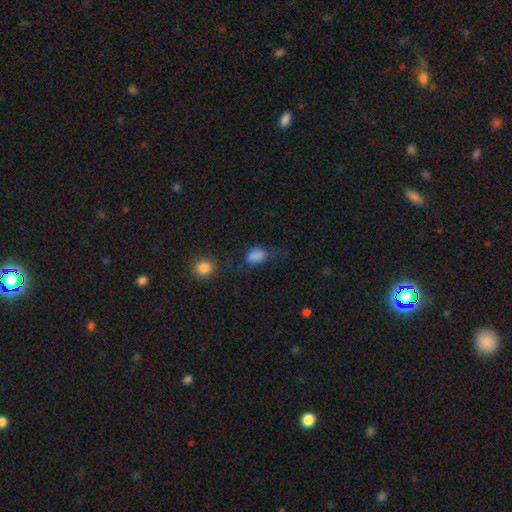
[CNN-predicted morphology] A smooth galaxy with no disk features (82%) that is in between round and cigar-shaped (71%). Merging: none (51%).